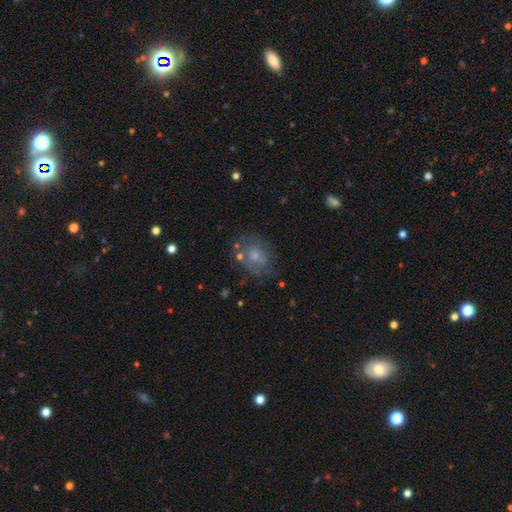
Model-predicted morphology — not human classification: Overall: smooth (47%; featured or disk 42%). Merging: none (56%; minor disturbance 23%).